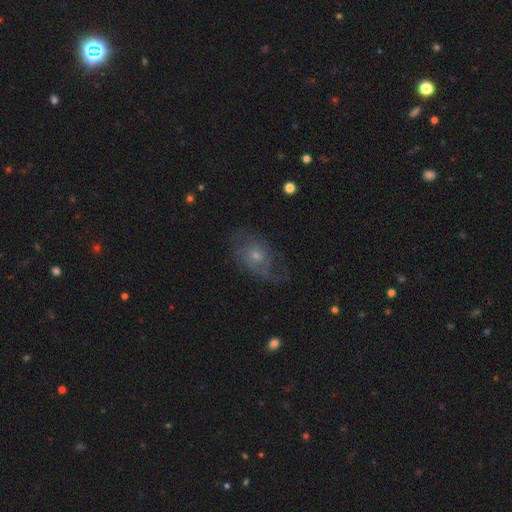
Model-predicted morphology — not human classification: smooth-or-featured: featured or disk: 64% | smooth: 23% | star or artifact: 12%
  disk-edge-on: no: 95% | yes: 5%
    bar: no: 77% | weak: 20% | strong: 3%
    has-spiral-arms: yes: 84% | no: 16%
      spiral-winding: medium: 43% | loose: 31% | tight: 26%
      spiral-arm-count: 2: 52% | can't tell: 27% | 1: 9% | 3: 7% | 4: 3% | more than 4: 3%
    bulge-size: small: 58% | moderate: 35% | none: 3% | large: 3% | dominant: 1%
  merging: none: 63% | minor disturbance: 21% | major disturbance: 15% | merger: 1%